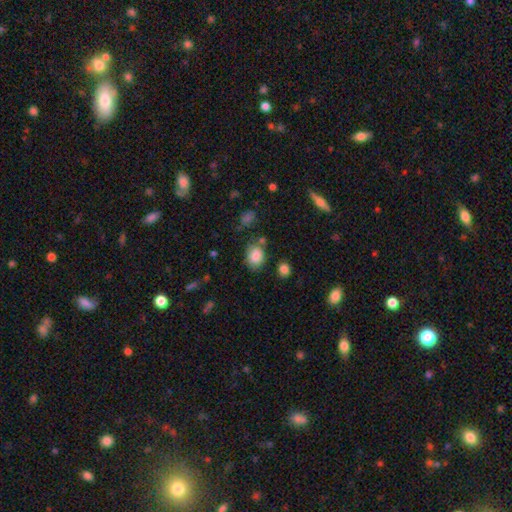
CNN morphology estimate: type=smooth (84%); roundness=in between (69%); merging=none (66%).